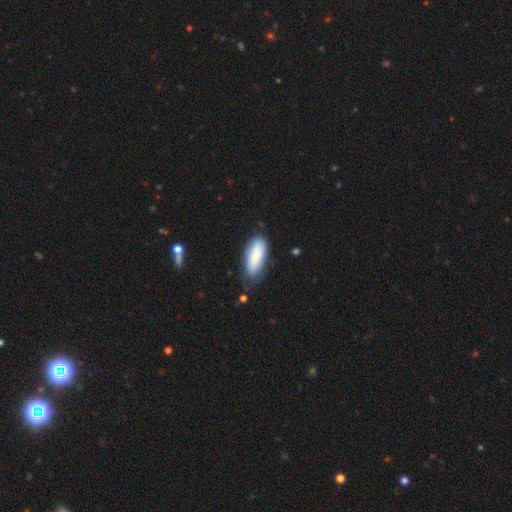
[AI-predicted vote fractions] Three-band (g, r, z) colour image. It shows a smooth galaxy with no disk features (78%) that is in between round and cigar-shaped (74%). Merging: none (66%).